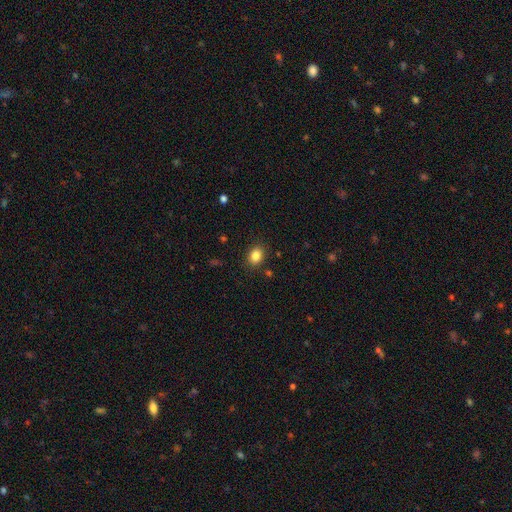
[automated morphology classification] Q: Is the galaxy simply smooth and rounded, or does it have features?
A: smooth — 85%.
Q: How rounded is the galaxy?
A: in between — 65%.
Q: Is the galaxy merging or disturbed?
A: none — 87%.